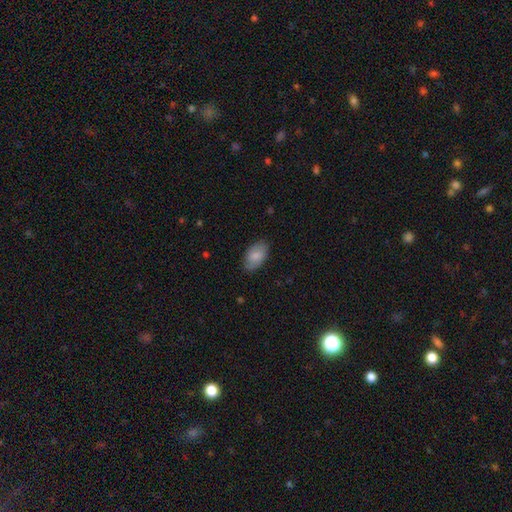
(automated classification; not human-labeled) Smooth or featured: smooth — 83% (featured or disk — 11%)
How rounded: in between — 94% (round — 5%)
Merging: none — 81% (minor disturbance — 15%)